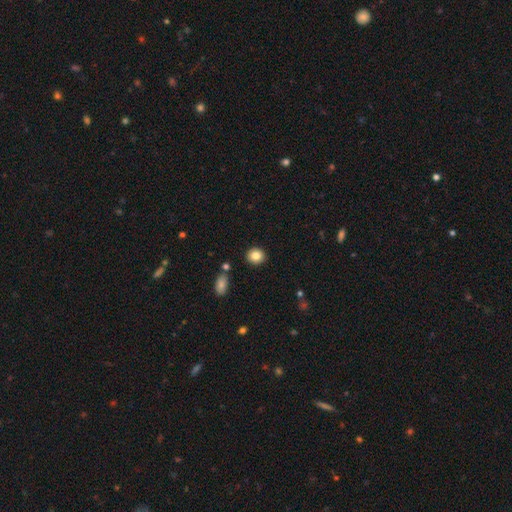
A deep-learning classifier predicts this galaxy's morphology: type=smooth (83%); roundness=round (77%); merging=none (89%).